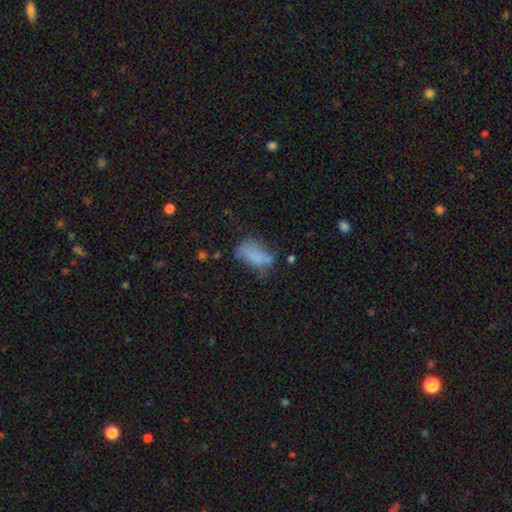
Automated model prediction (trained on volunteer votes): Smooth or featured: smooth — 66% (featured or disk — 21%)
How rounded: in between — 87% (cigar-shaped — 8%)
Merging: none — 31% (minor disturbance — 29%)